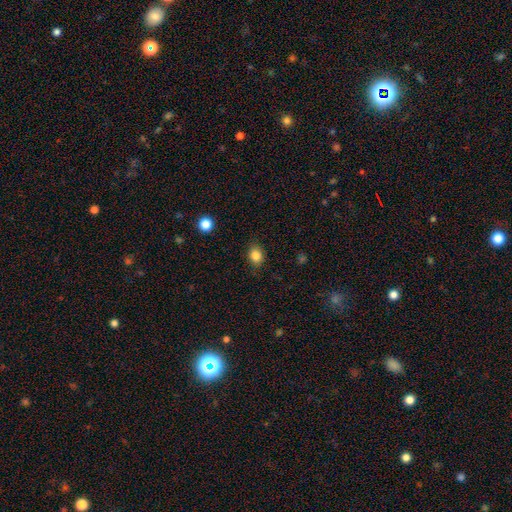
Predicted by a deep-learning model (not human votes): Morphology: type=smooth (85%); roundness=in between (54%); merging=none (84%).